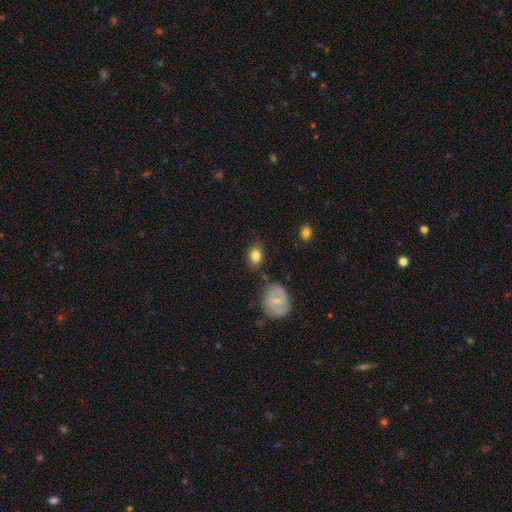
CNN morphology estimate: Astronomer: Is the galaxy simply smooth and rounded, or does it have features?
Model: smooth — 79%.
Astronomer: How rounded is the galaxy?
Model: in between — 70%.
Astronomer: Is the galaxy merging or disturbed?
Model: none — 75%.